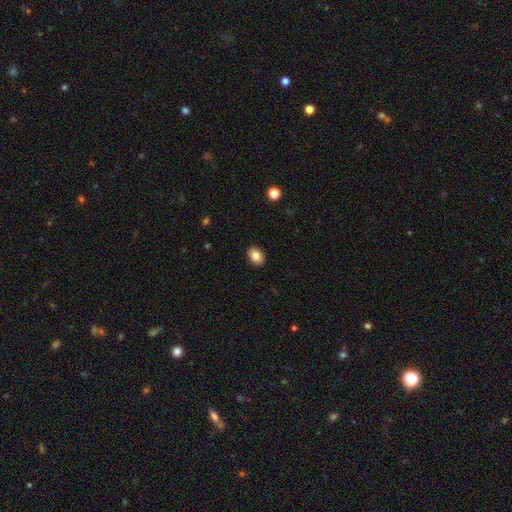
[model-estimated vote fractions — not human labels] Q: Smooth or featured?
A: smooth (85%); runner-up: star or artifact (8%)
Q: How rounded?
A: in between (74%); runner-up: round (25%)
Q: Merging?
A: none (90%); runner-up: minor disturbance (7%)